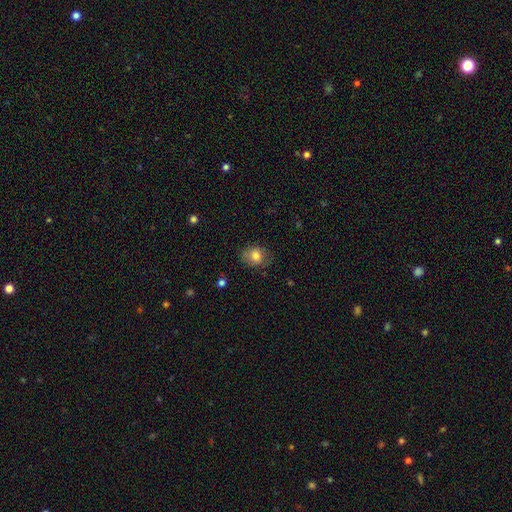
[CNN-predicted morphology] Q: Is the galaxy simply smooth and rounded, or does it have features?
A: smooth — 80%.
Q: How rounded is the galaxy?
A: in between — 51%.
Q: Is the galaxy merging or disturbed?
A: none — 74%.